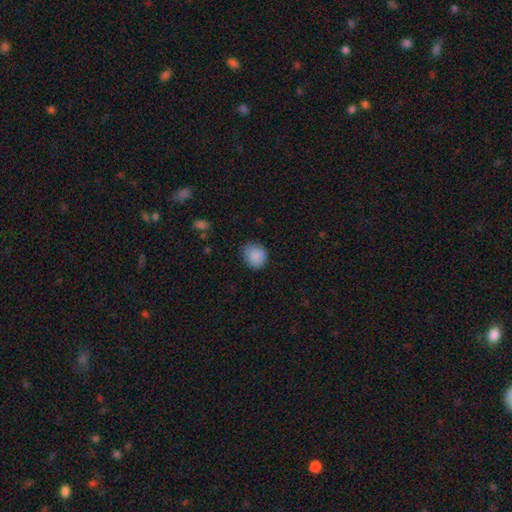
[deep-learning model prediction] A smooth galaxy with no disk features (88%) that is round (76%). Merging: none (74%).